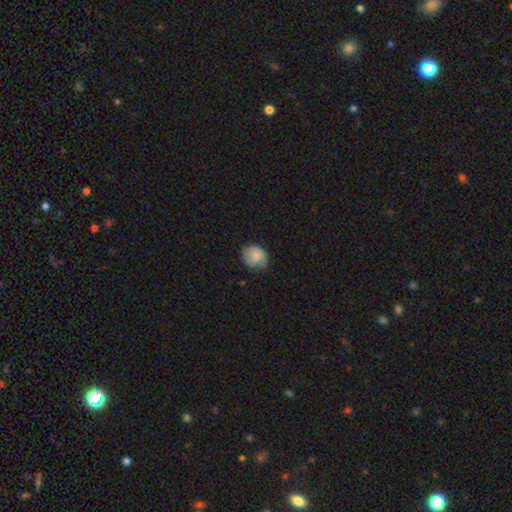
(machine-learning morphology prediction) This is clearly a smooth galaxy (82%). How rounded: likely round (72%). Merging: likely none (70%).